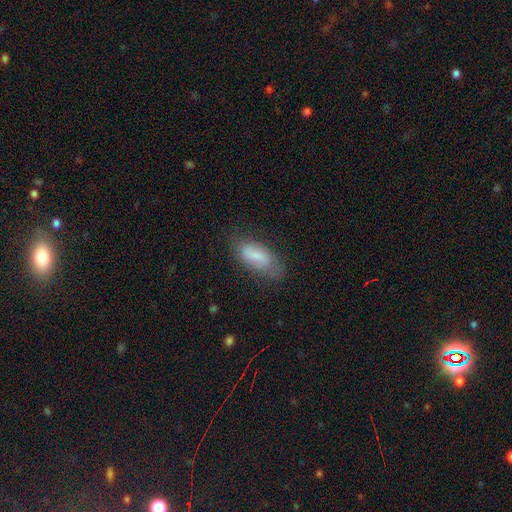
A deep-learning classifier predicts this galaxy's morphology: Smooth or featured? smooth (74%)
How rounded? in between (85%)
Merging? none (62%)